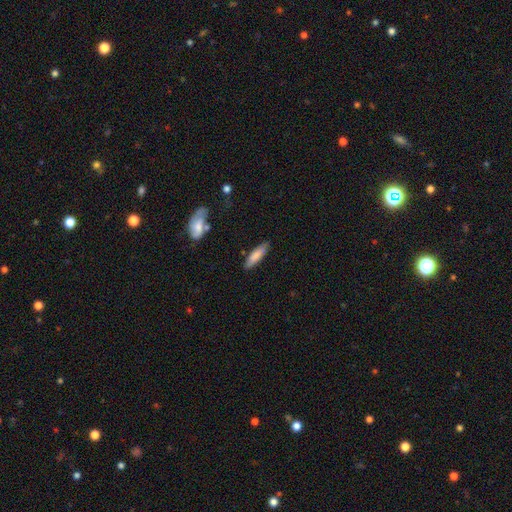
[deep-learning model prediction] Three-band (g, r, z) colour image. It shows a smooth galaxy with no disk features (77%) that is cigar-shaped (63%). Merging: none (80%).